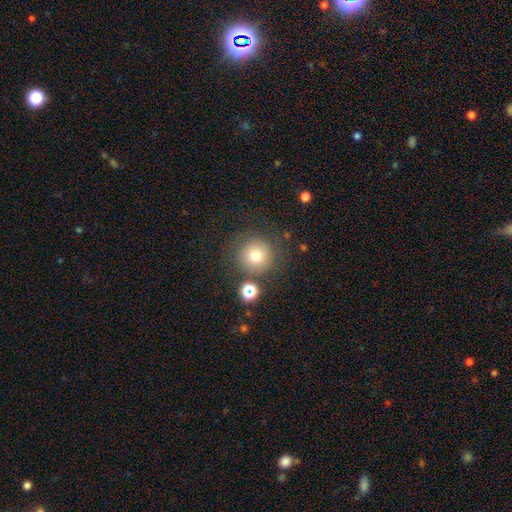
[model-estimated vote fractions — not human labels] A smooth galaxy with no disk features (75%) that is round (94%). Merging: none (78%).